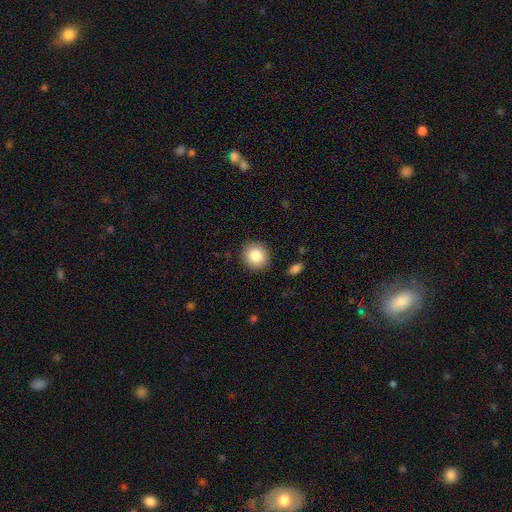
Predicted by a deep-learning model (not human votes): A smooth galaxy with no disk features (84%) that is round (87%). Merging: none (89%).